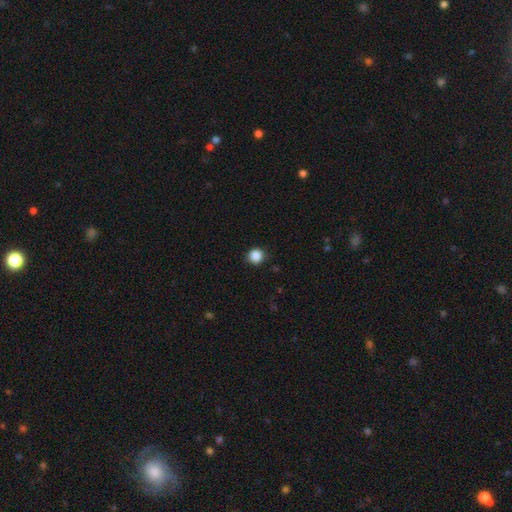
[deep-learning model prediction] The model was most divided on "smooth or featured": smooth: 87%, star or artifact: 10%, featured or disk: 2%. More confident: how rounded — round (94%); merging — none (90%).